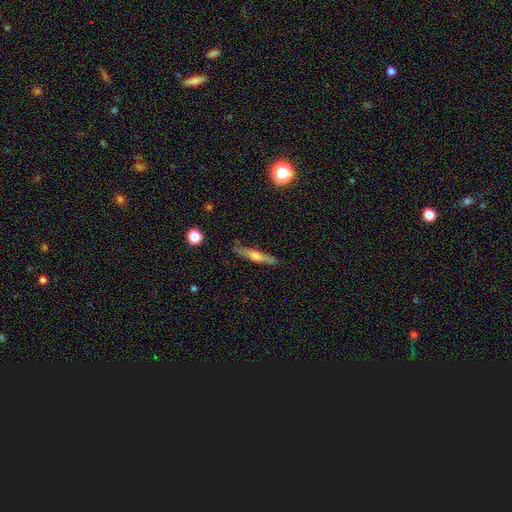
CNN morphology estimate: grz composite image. It shows a featured or disk galaxy (56%) viewed edge-on (95%) with a rounded central bulge (76%). Merging: none (87%).